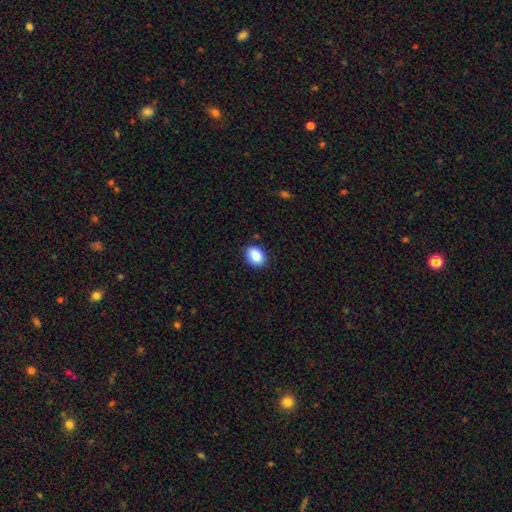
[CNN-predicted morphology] Smooth or featured: smooth — 88% (star or artifact — 8%)
How rounded: in between — 69% (round — 30%)
Merging: none — 85% (minor disturbance — 11%)